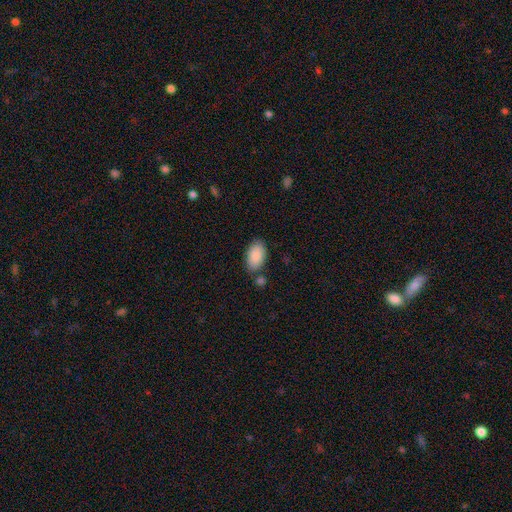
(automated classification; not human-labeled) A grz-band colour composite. It shows a smooth galaxy with no disk features (89%) that is in between round and cigar-shaped (95%). Merging: none (75%).